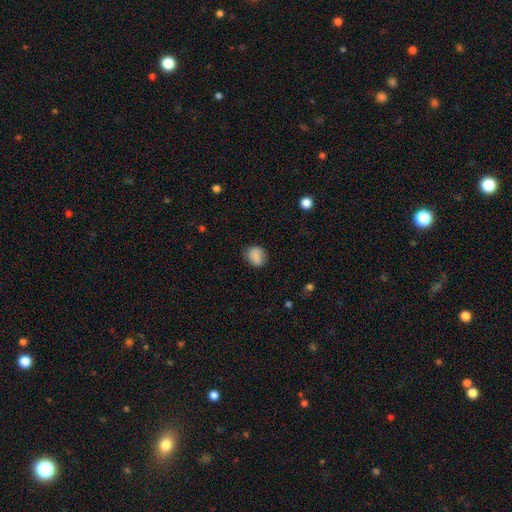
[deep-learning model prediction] Smooth or featured? Predicted: smooth (p=0.85). How rounded? Predicted: in between (p=0.50). Merging? Predicted: none (p=0.77).